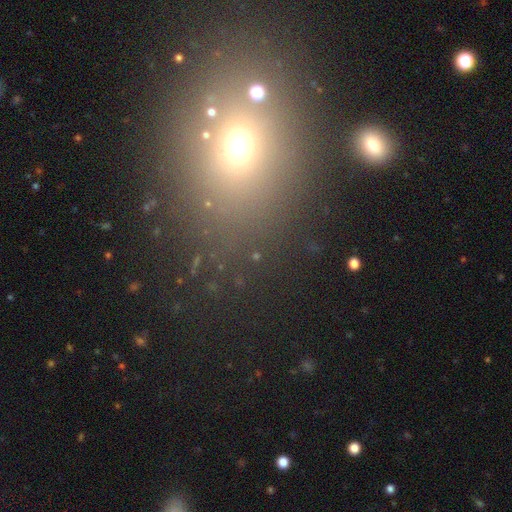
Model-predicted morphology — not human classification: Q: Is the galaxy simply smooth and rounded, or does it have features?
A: star or artifact — 52%.